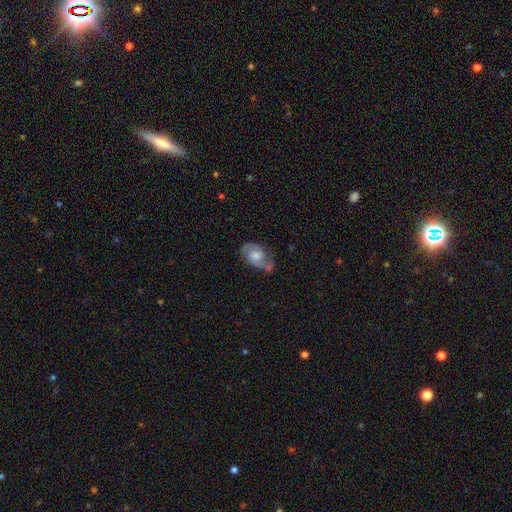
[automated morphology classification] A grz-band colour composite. It shows a featured or disk galaxy (73%) with no bar (56%), 2 (88%) medium (51%) spiral arms (93%) and a moderate central bulge (45%). Merging: none (62%).